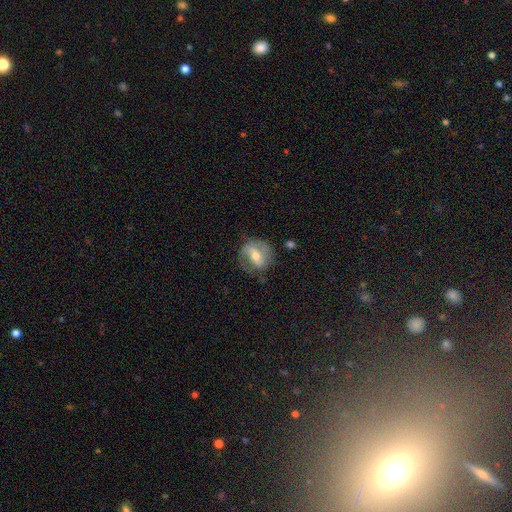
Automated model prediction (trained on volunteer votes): Smooth or featured?
  - featured or disk: 66% *
  - smooth: 27%
  - star or artifact: 7%
Edge-on disk?
  - no: 96% *
  - yes: 4%
Bar?
  - weak: 42% *
  - strong: 33%
  - no: 25%
Spiral arms?
  - yes: 81% *
  - no: 19%
Spiral winding?
  - medium: 44% *
  - tight: 28%
  - loose: 28%
Spiral arm count?
  - 2: 73% *
  - can't tell: 13%
  - 1: 10%
  - 3: 2%
  - 4: 1%
  - more than 4: 1%
Bulge size?
  - moderate: 63% *
  - small: 30%
  - large: 4%
  - none: 1%
  - dominant: 1%
Merging?
  - none: 65% *
  - minor disturbance: 22%
  - major disturbance: 11%
  - merger: 2%